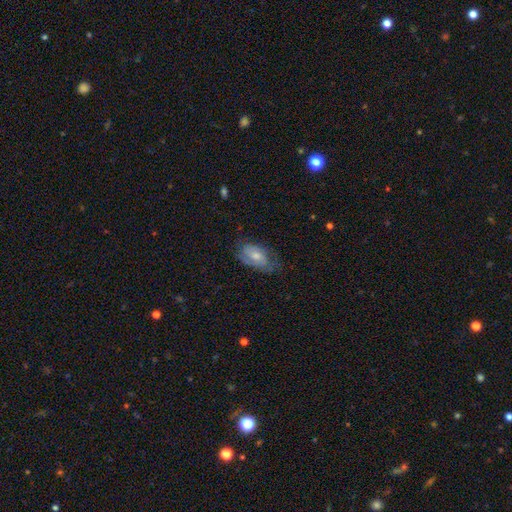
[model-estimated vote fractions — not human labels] Q: Smooth or featured?
A: smooth (51%); runner-up: featured or disk (42%)
Q: How rounded?
A: in between (90%); runner-up: round (6%)
Q: Merging?
A: none (51%); runner-up: minor disturbance (32%)